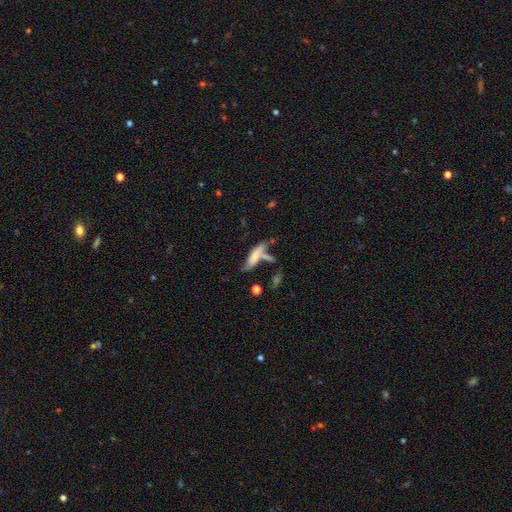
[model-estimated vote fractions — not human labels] smooth-or-featured: smooth: 58% | featured or disk: 33% | star or artifact: 9%
  how-rounded: cigar-shaped: 64% | in between: 33% | round: 2%
  merging: none: 35% | merger: 31% | minor disturbance: 19% | major disturbance: 15%